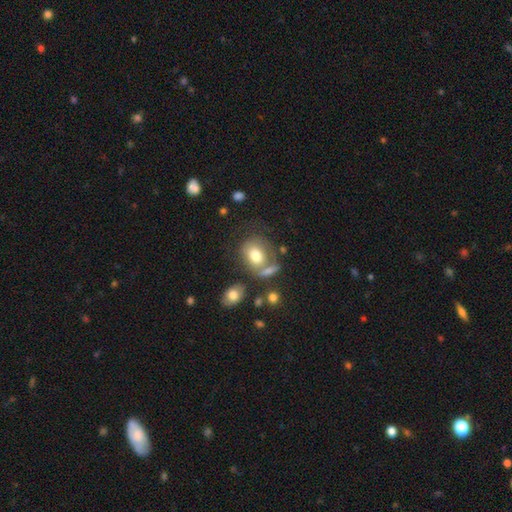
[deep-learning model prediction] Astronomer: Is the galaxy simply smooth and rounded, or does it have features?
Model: smooth — 74%.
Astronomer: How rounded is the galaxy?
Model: in between — 50% (runner-up: round, 49%).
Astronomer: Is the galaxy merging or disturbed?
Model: none — 46% (runner-up: merger, 23%).